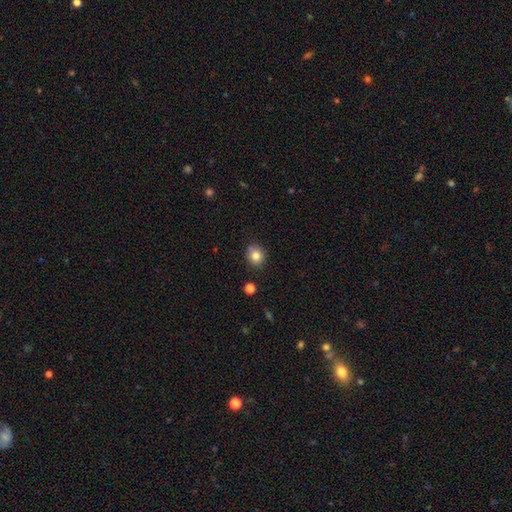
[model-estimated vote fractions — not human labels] Morphology: type=smooth (82%); roundness=round (82%); merging=none (79%).